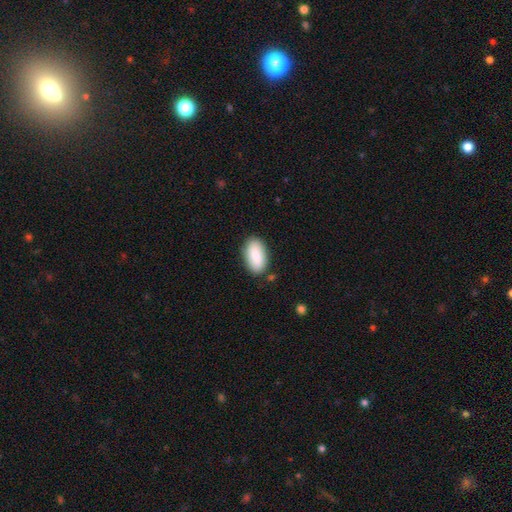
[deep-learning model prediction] Q: Smooth or featured?
A: smooth (86%); runner-up: featured or disk (8%)
Q: How rounded?
A: in between (92%); runner-up: cigar-shaped (5%)
Q: Merging?
A: none (83%); runner-up: minor disturbance (12%)